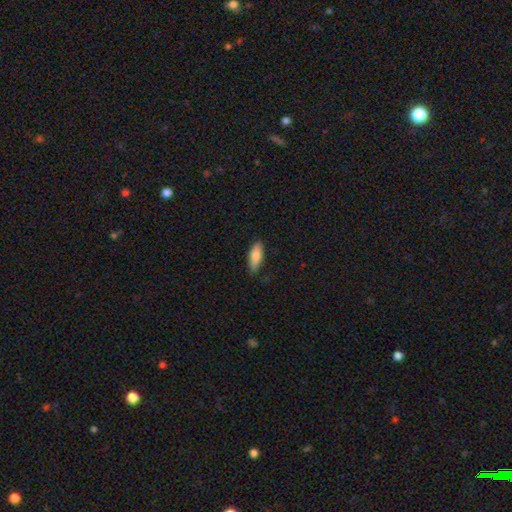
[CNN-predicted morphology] smooth_or_featured: smooth (p=0.86) [alt: featured or disk p=0.09]
how_rounded: in between (p=0.72) [alt: cigar-shaped p=0.26]
merging: none (p=0.79) [alt: minor disturbance p=0.17]